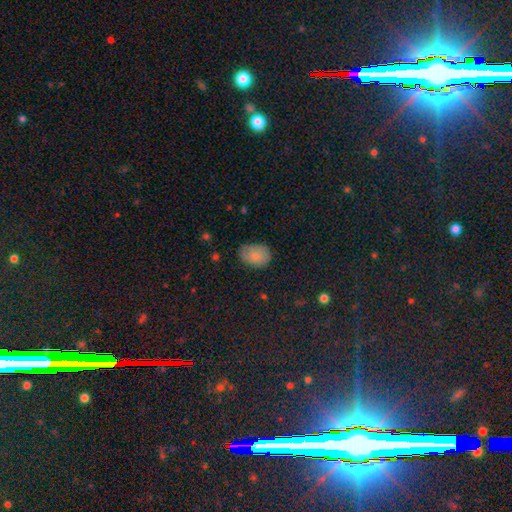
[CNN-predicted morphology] smooth 80%, featured or disk 12%, star or artifact 9%. Down the decision tree: how rounded — in between (75%); merging — none (71%).